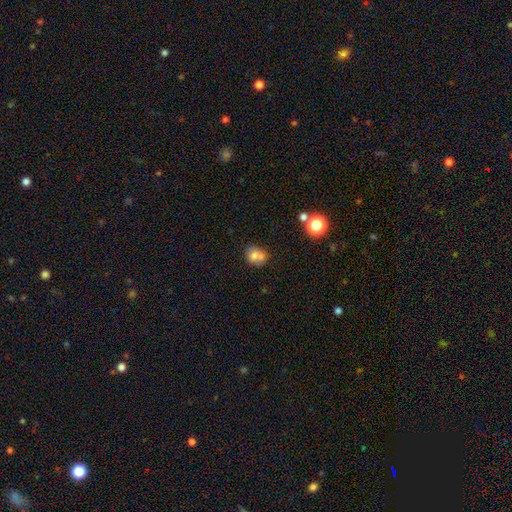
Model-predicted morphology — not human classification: Overall: smooth (70%). How rounded: round (65%; in between 34%). Merging: none (46%; merger 37%).